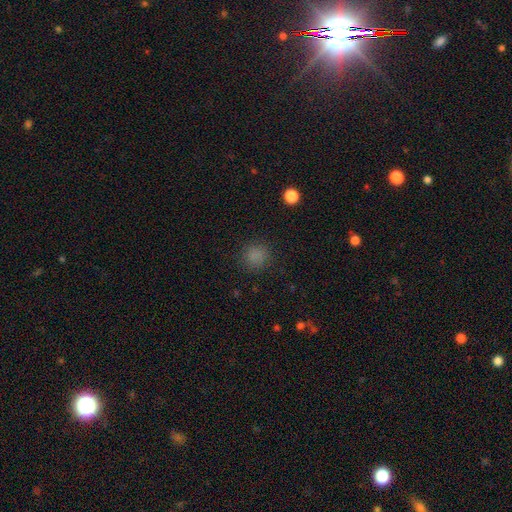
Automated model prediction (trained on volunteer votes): Smooth or featured?
  - smooth: 81% *
  - star or artifact: 15%
  - featured or disk: 4%
How rounded?
  - round: 89% *
  - in between: 10%
  - cigar-shaped: 1%
Merging?
  - none: 87% *
  - minor disturbance: 8%
  - major disturbance: 3%
  - merger: 1%